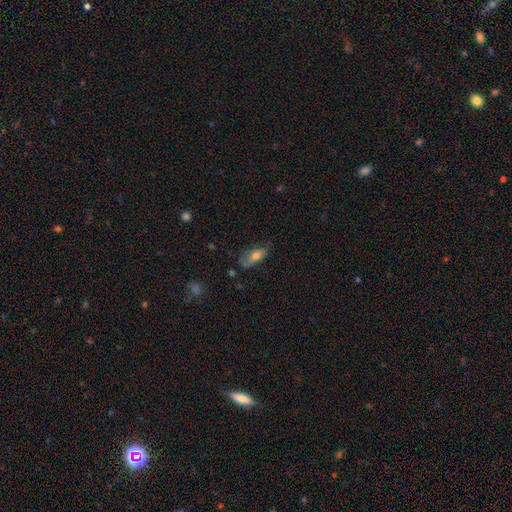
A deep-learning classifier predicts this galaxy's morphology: Overall: smooth (64%; featured or disk 28%). How rounded: in between (77%). Merging: none (58%; minor disturbance 28%).